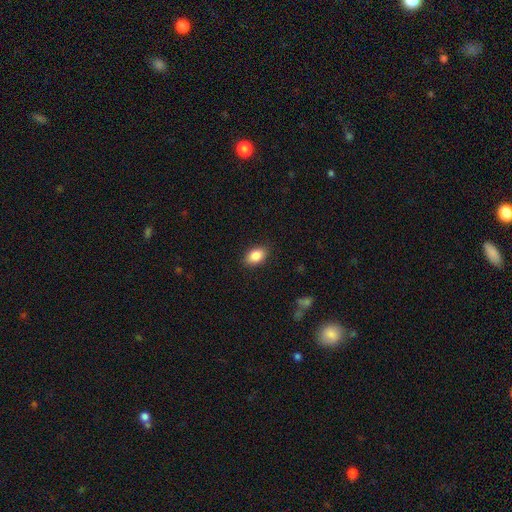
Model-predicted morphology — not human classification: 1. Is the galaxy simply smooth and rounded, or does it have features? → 87% smooth, 8% star or artifact, 6% featured or disk.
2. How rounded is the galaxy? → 86% in between, 13% round, 2% cigar-shaped.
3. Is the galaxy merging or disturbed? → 87% none, 9% minor disturbance, 2% major disturbance, 1% merger.